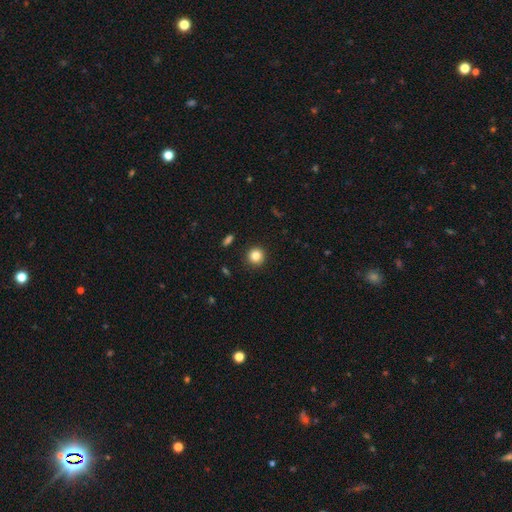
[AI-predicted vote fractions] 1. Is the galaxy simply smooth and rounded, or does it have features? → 84% smooth, 11% star or artifact, 5% featured or disk.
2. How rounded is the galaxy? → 94% round, 5% in between, 1% cigar-shaped.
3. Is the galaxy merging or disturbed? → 92% none, 5% minor disturbance, 2% major disturbance, 1% merger.